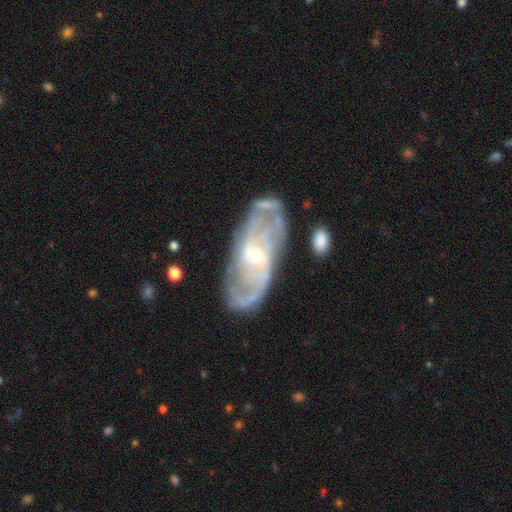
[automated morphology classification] smooth_or_featured: featured or disk (p=0.84) [alt: smooth p=0.10]
disk_edge_on: no (p=0.92) [alt: yes p=0.08]
bar: weak (p=0.47) [alt: no p=0.35]
has_spiral_arms: yes (p=0.90) [alt: no p=0.10]
spiral_winding: medium (p=0.42) [alt: tight p=0.37]
spiral_arm_count: 2 (p=0.50) [alt: can't tell p=0.28]
bulge_size: small (p=0.64) [alt: moderate p=0.32]
merging: none (p=0.72) [alt: minor disturbance p=0.17]